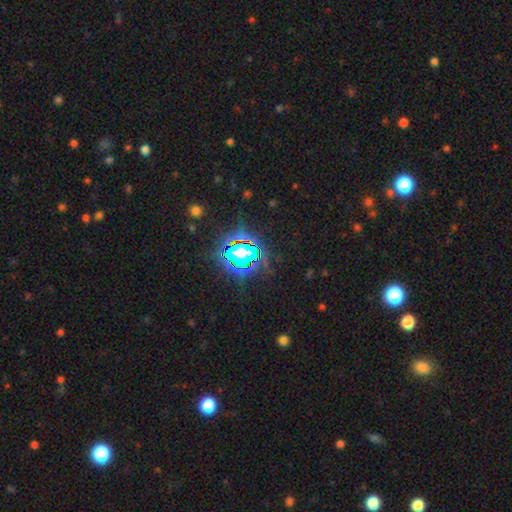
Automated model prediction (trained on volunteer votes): smooth_or_featured: star or artifact (p=0.80) [alt: smooth p=0.12]